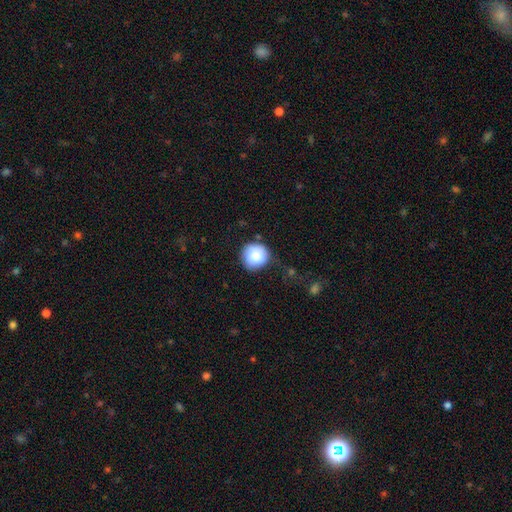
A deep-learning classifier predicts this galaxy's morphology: Smooth or featured? smooth (84%)
How rounded? round (91%)
Merging? none (65%)